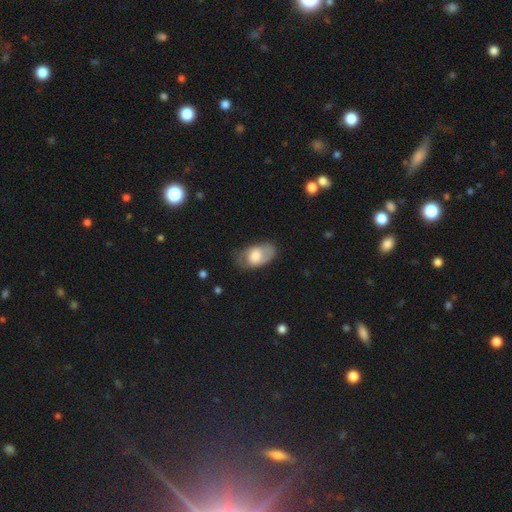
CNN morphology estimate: Q: Smooth or featured?
A: smooth (60%); runner-up: featured or disk (33%)
Q: How rounded?
A: in between (90%); runner-up: round (8%)
Q: Merging?
A: none (55%); runner-up: minor disturbance (30%)